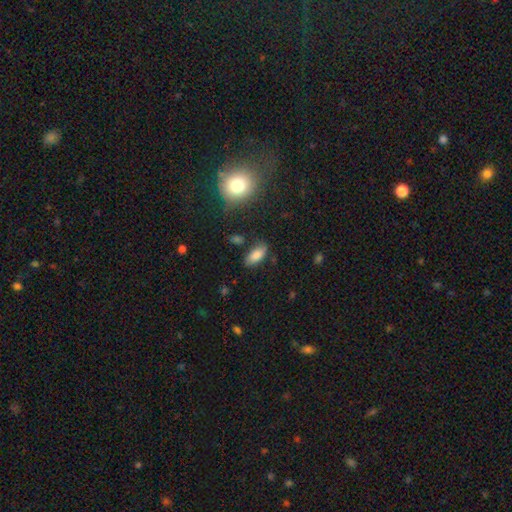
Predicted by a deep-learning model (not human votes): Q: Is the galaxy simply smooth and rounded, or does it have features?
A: smooth — 82%.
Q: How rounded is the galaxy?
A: in between — 88%.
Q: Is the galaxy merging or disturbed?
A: none — 77%.